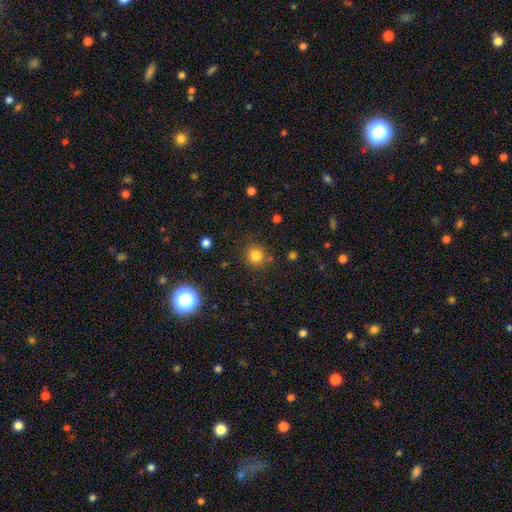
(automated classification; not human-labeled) This appears to be a smooth galaxy with no disk features (81%) that is round (89%). Merging: none (84%).